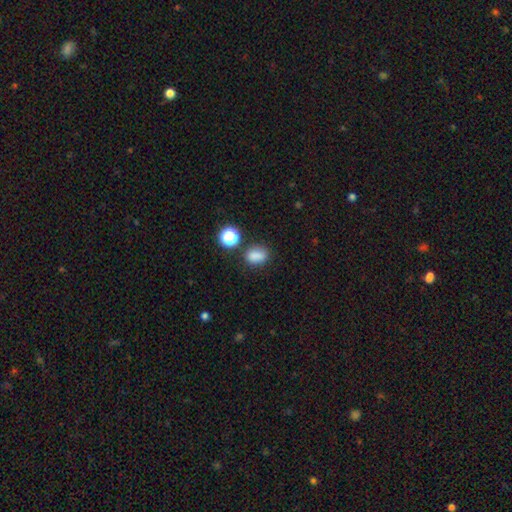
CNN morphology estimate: smooth 79%, star or artifact 15%, featured or disk 6%. Down the decision tree: how rounded — in between (65%); merging — none (69%).